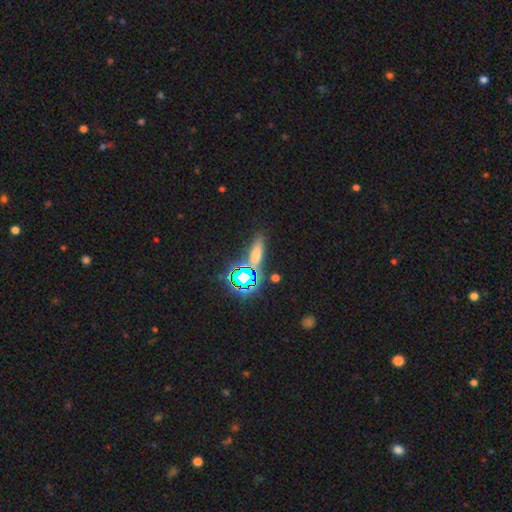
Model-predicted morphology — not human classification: The model was most divided on "how rounded": cigar-shaped: 49%, in between: 40%, round: 11%. More confident: merging — none (76%); smooth or featured — smooth (51%).